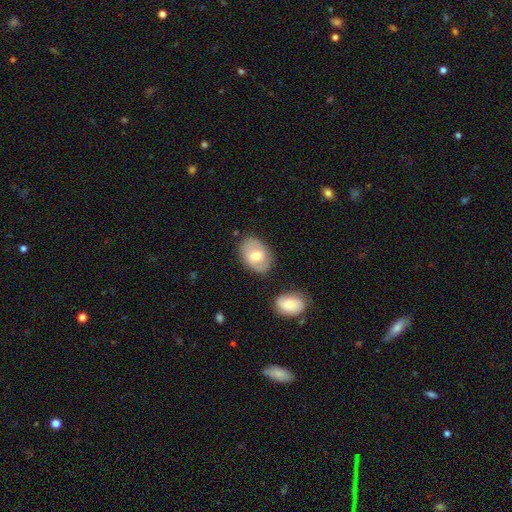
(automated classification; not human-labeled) This is possibly a smooth galaxy (57%). How rounded: likely in between (80%). Merging: likely none (76%).